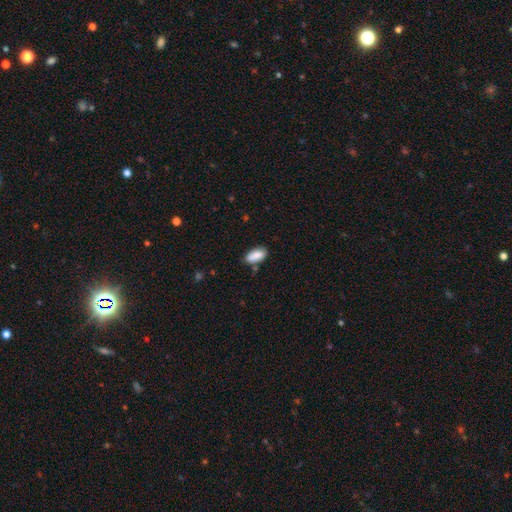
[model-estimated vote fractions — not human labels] A smooth galaxy with no disk features (87%) that is in between round and cigar-shaped (89%).

Vote fractions:
- Smooth or featured? smooth: 87% / star or artifact: 7% / featured or disk: 7%
- How rounded? in between: 89% / cigar-shaped: 8% / round: 3%
- Merging? none: 70% / minor disturbance: 19% / merger: 7% / major disturbance: 4%